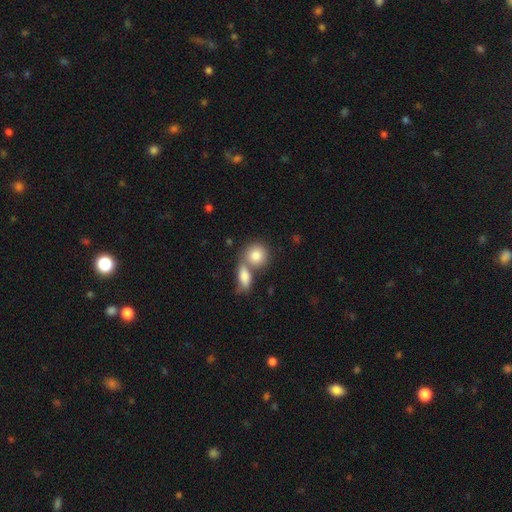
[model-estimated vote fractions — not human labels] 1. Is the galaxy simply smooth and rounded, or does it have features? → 82% smooth, 11% featured or disk, 7% star or artifact.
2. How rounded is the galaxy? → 72% round, 26% in between, 2% cigar-shaped.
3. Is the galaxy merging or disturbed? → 49% merger, 40% none, 8% minor disturbance, 3% major disturbance.